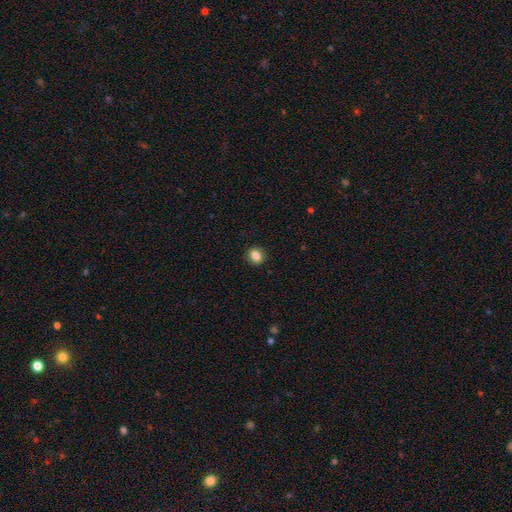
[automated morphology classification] This appears to be a smooth galaxy with no disk features (84%) that is round (70%). Merging: none (90%).